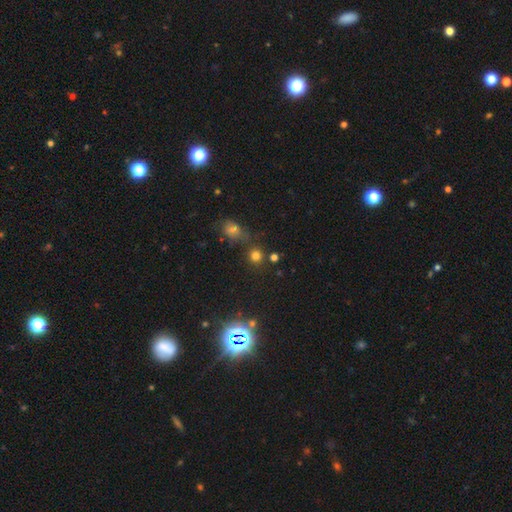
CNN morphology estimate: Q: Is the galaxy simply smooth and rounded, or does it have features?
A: smooth — 72%.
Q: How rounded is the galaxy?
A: round — 89%.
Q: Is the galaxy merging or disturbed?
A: none — 74%.